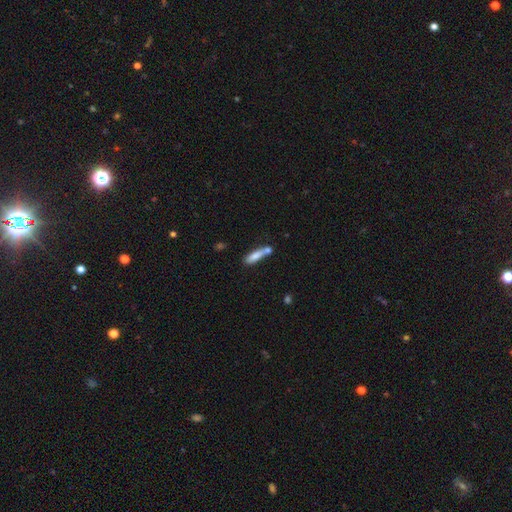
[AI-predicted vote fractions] This is likely a smooth galaxy (72%). How rounded: likely cigar-shaped (74%). Merging: possibly none (46%).